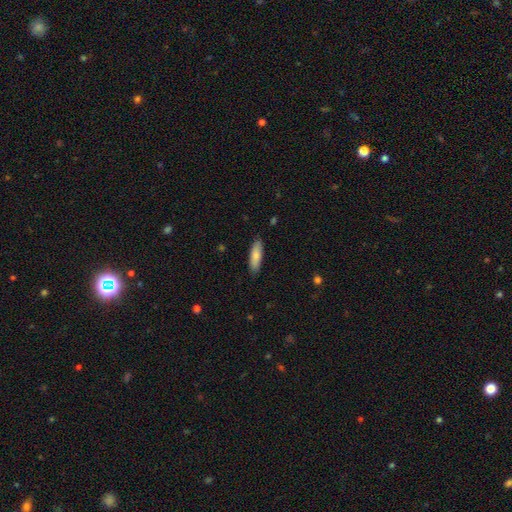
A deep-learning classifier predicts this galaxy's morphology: Q: Smooth or featured?
A: smooth (80%); runner-up: featured or disk (15%)
Q: How rounded?
A: cigar-shaped (53%); runner-up: in between (45%)
Q: Merging?
A: none (87%); runner-up: minor disturbance (10%)